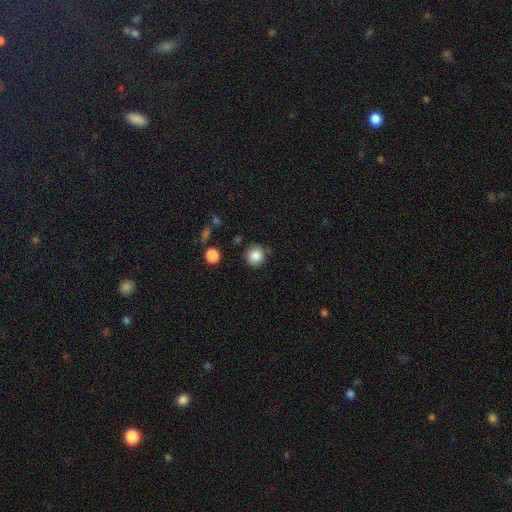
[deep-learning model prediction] Morphology: type=smooth (86%); roundness=round (91%); merging=none (84%).